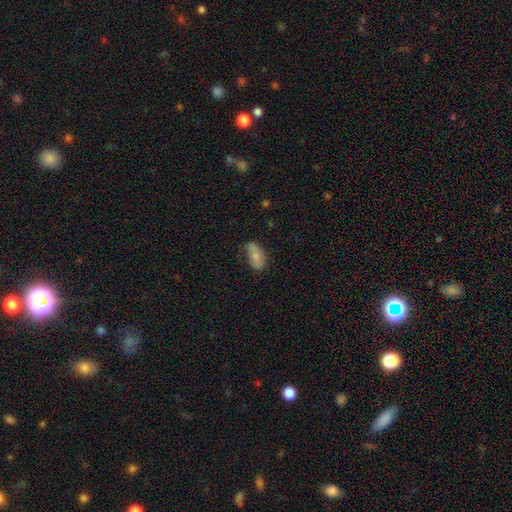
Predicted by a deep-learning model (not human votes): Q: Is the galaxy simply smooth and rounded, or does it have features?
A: smooth — 72%.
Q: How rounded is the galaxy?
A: in between — 92%.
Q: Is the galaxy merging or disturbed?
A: none — 53%.